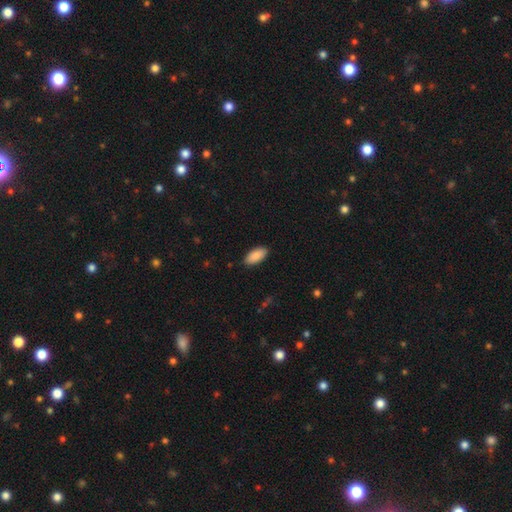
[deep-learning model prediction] smooth-or-featured: smooth: 90% | star or artifact: 6% | featured or disk: 4%
  how-rounded: in between: 92% | cigar-shaped: 7% | round: 2%
  merging: none: 88% | minor disturbance: 9% | major disturbance: 2% | merger: 1%